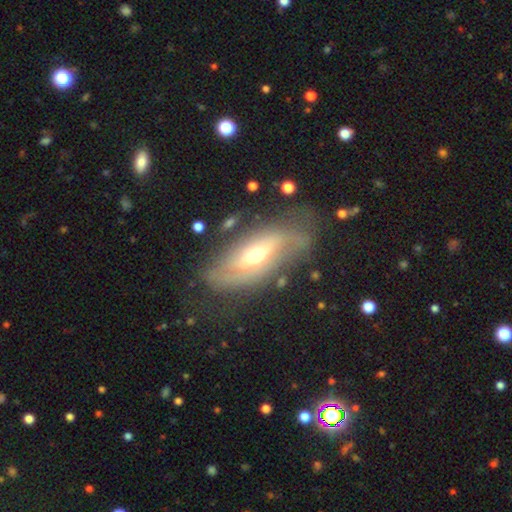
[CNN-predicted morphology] Overall: featured or disk (68%). Edge-on disk: no (78%). Bar: no (57%; weak 30%). Spiral arms: yes (69%; no 31%). Bulge size: moderate (68%). Merging: none (56%; minor disturbance 26%).